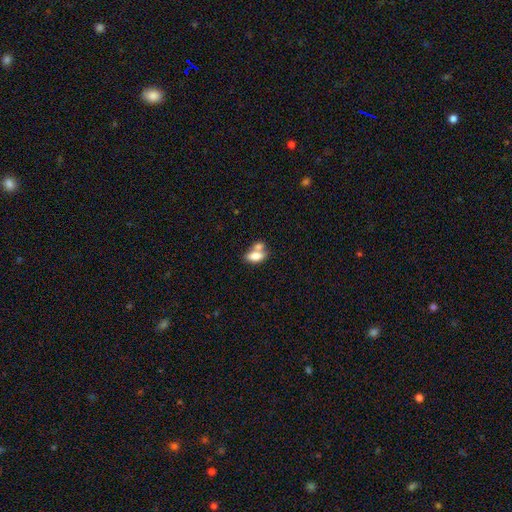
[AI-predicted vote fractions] A smooth galaxy with no disk features (76%) that is in between round and cigar-shaped (87%).

Vote fractions:
- Smooth or featured? smooth: 76% / featured or disk: 16% / star or artifact: 8%
- How rounded? in between: 87% / round: 7% / cigar-shaped: 6%
- Merging? merger: 52% / none: 33% / minor disturbance: 10% / major disturbance: 5%